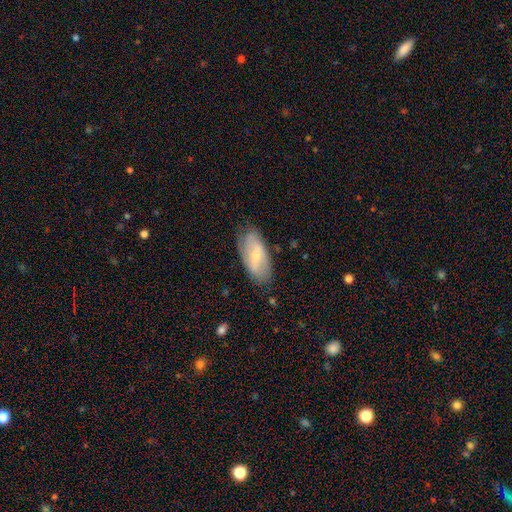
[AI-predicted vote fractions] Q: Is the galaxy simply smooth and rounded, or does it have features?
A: featured or disk — 51%.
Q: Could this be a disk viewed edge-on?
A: no — 88%.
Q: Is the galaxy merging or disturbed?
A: none — 76%.